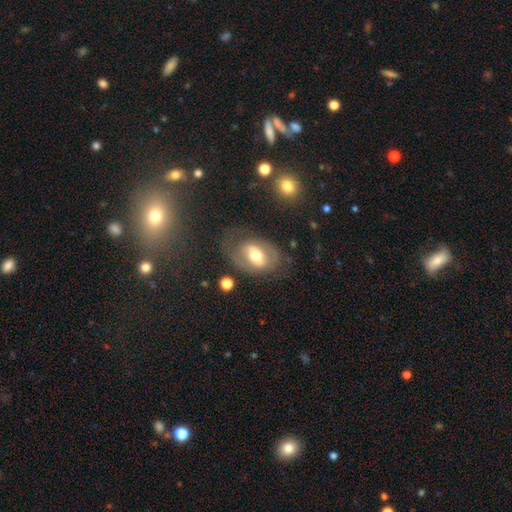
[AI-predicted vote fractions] smooth_or_featured: featured or disk (p=0.54) [alt: smooth p=0.38]
disk_edge_on: no (p=0.93) [alt: yes p=0.07]
merging: none (p=0.60) [alt: minor disturbance p=0.20]